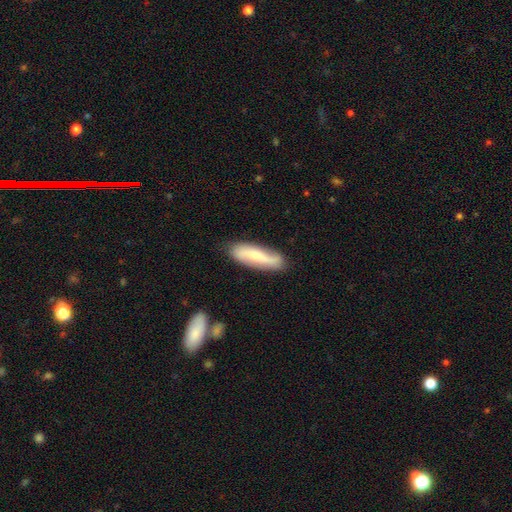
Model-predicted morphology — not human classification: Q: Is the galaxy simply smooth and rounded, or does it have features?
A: smooth — 47%.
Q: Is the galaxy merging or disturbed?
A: none — 78%.